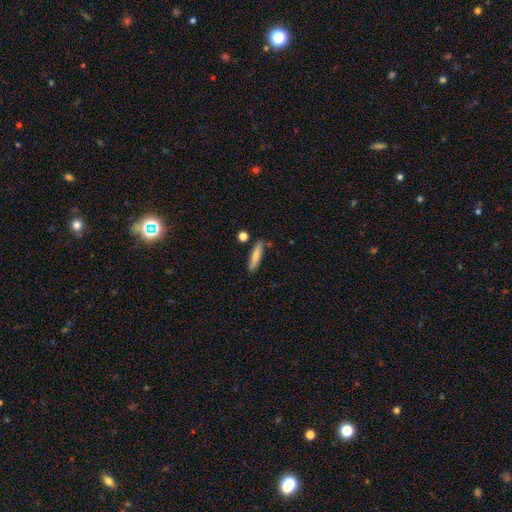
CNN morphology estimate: type=smooth (70%); roundness=cigar-shaped (82%); merging=none (78%).